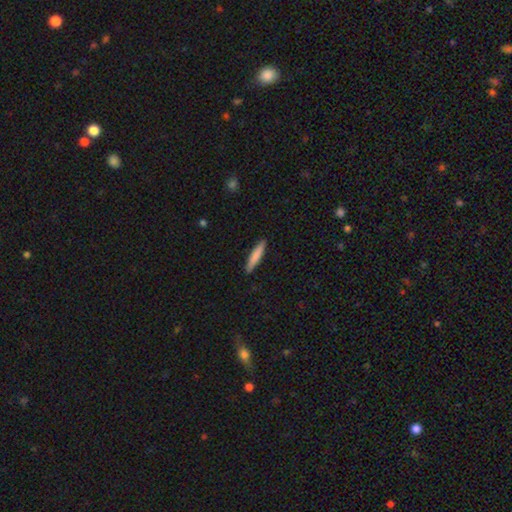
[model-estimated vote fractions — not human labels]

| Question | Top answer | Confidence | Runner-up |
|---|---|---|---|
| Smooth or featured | smooth | 80% | featured or disk (14%) |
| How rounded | cigar-shaped | 91% | in between (8%) |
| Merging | none | 90% | minor disturbance (8%) |